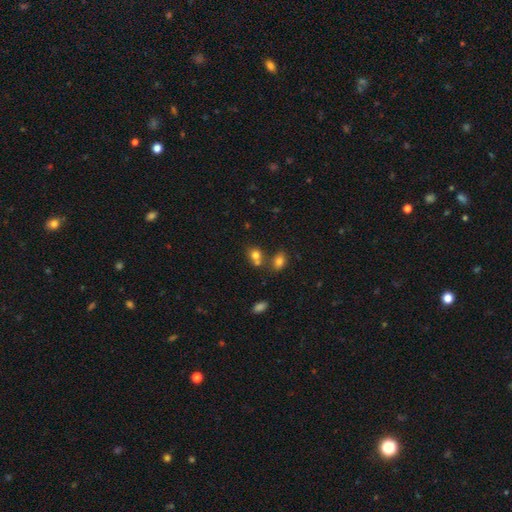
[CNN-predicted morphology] Smooth or featured? Predicted: smooth (p=0.77). How rounded? Predicted: round (p=0.50). Merging? Predicted: none (p=0.46).